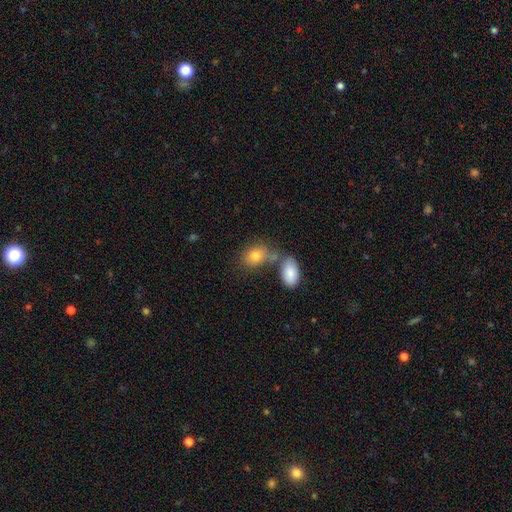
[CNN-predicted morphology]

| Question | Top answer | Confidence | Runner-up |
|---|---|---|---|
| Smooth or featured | smooth | 79% | featured or disk (12%) |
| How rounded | in between | 72% | round (26%) |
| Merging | none | 48% | merger (34%) |